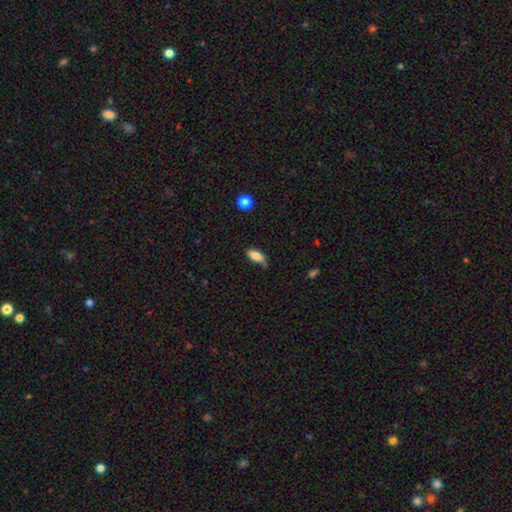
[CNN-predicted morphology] type=smooth (80%); roundness=in between (81%); merging=none (54%).